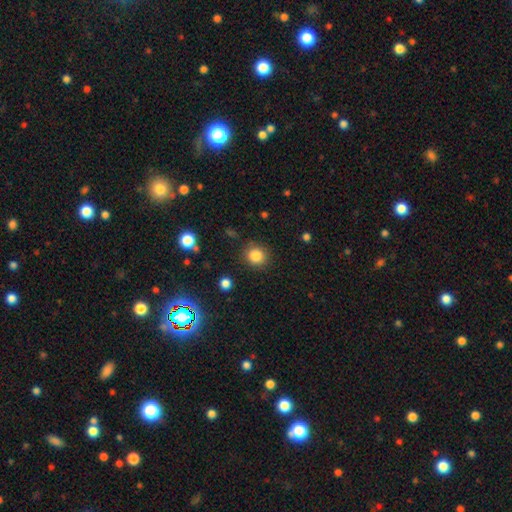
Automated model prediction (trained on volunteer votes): Q: Smooth or featured?
A: smooth (84%); runner-up: star or artifact (11%)
Q: How rounded?
A: round (89%); runner-up: in between (10%)
Q: Merging?
A: none (87%); runner-up: minor disturbance (8%)